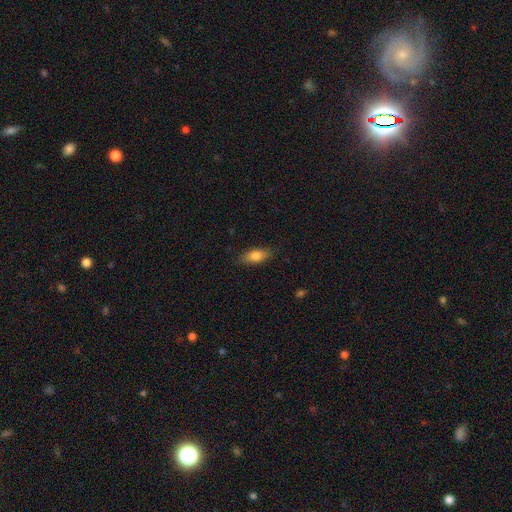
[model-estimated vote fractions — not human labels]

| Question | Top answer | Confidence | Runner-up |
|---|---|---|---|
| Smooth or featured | smooth | 78% | featured or disk (15%) |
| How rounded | in between | 80% | cigar-shaped (16%) |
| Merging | none | 84% | minor disturbance (12%) |